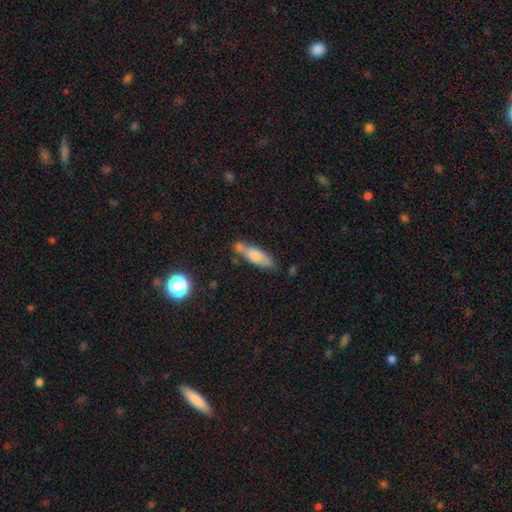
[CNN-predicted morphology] A smooth galaxy with no disk features (67%) that is cigar-shaped (59%). Merging: none (62%).